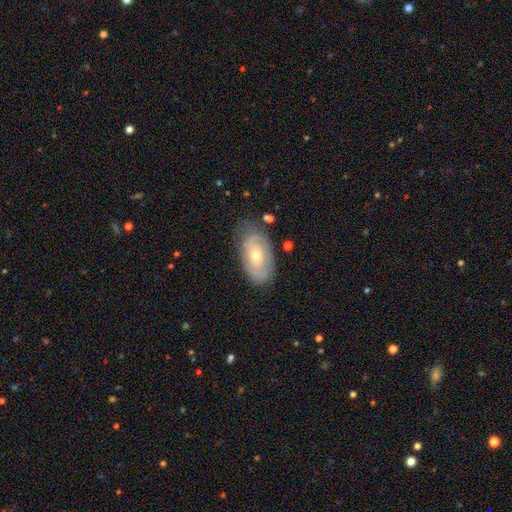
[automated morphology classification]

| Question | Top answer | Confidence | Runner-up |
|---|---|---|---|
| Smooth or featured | featured or disk | 59% | smooth (34%) |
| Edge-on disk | no | 91% | yes (9%) |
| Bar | no | 73% | weak (22%) |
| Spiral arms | yes | 67% | no (33%) |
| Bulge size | moderate | 51% | small (45%) |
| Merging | none | 71% | minor disturbance (21%) |